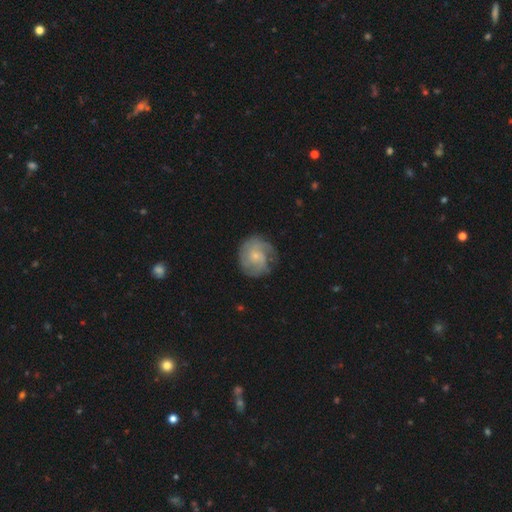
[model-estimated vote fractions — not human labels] featured or disk 67%, smooth 27%, star or artifact 6%. Down the decision tree: edge-on disk — no (98%); bar — no (75%); spiral arms — yes (90%); spiral arm count — 2 (32%); spiral winding — tight (49%); bulge size — small (74%); merging — none (68%).